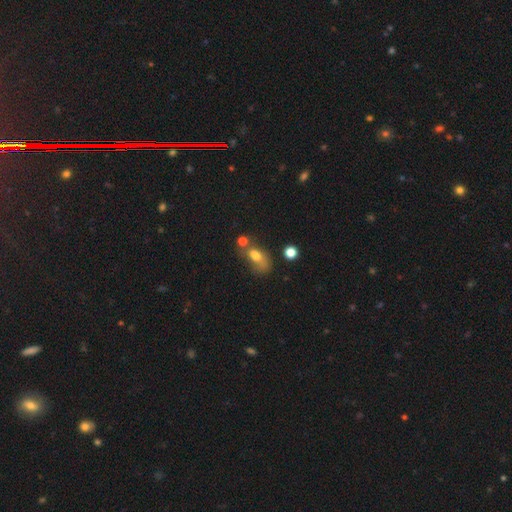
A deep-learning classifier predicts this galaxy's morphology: A smooth galaxy with no disk features (71%) that is in between round and cigar-shaped (77%).

Vote fractions:
- Smooth or featured? smooth: 71% / featured or disk: 17% / star or artifact: 13%
- How rounded? in between: 77% / round: 20% / cigar-shaped: 4%
- Merging? none: 27% / major disturbance: 26% / merger: 25% / minor disturbance: 22%